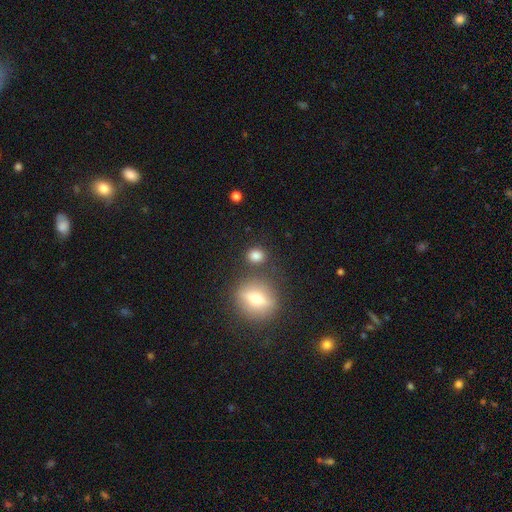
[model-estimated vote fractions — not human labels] Smooth or featured: smooth — 80% (star or artifact — 12%)
How rounded: round — 62% (in between — 35%)
Merging: none — 77% (minor disturbance — 10%)